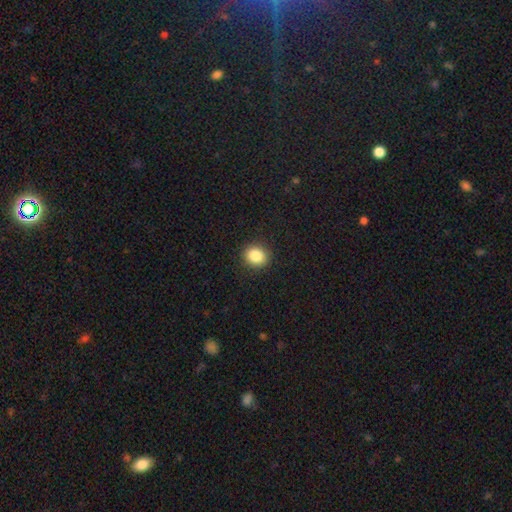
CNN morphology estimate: Smooth or featured? smooth (86%)
How rounded? round (79%)
Merging? none (91%)